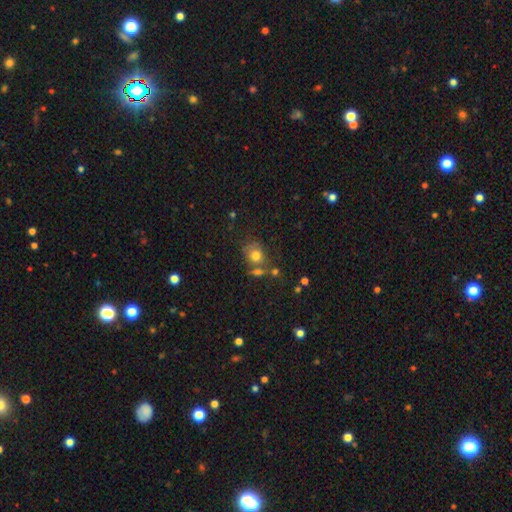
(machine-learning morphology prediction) smooth-or-featured: smooth: 73% | featured or disk: 15% | star or artifact: 12%
  how-rounded: round: 63% | in between: 36% | cigar-shaped: 1%
  merging: none: 46% | merger: 24% | minor disturbance: 19% | major disturbance: 11%